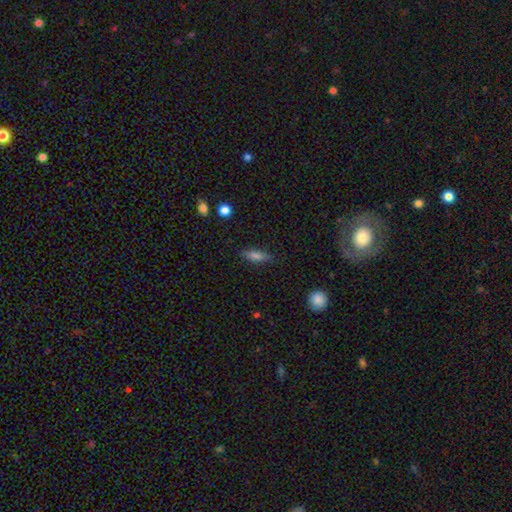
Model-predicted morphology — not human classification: A smooth galaxy with no disk features (70%) that is cigar-shaped (54%). Merging: none (84%).